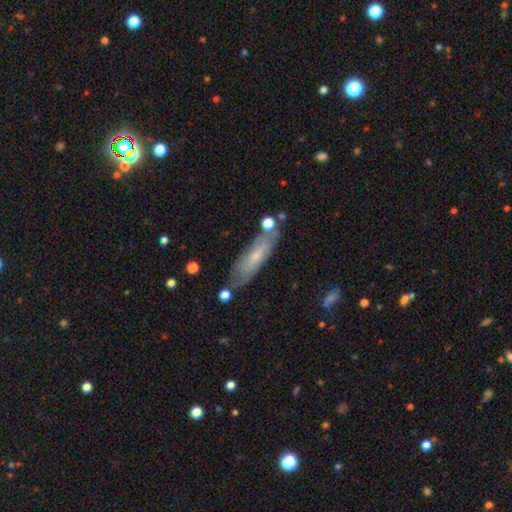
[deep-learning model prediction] Smooth or featured? smooth (54%)
How rounded? cigar-shaped (64%)
Merging? none (72%)